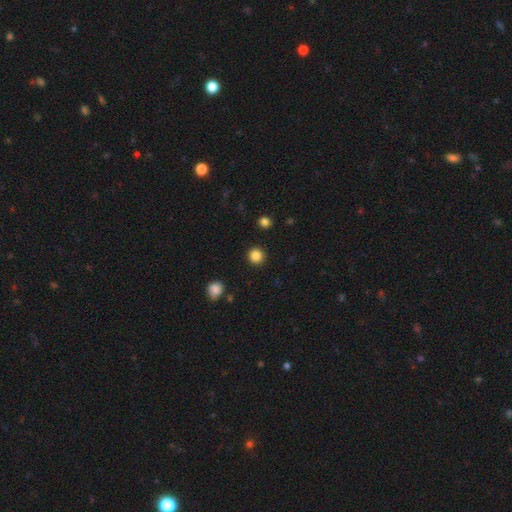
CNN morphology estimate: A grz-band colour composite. It shows a smooth galaxy with no disk features (85%) that is round (94%). Merging: none (92%).